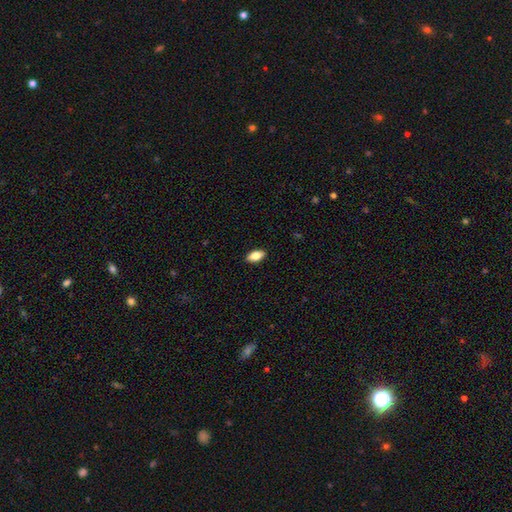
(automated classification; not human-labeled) This is clearly a smooth galaxy (81%). How rounded: clearly in between (90%). Merging: clearly none (89%).